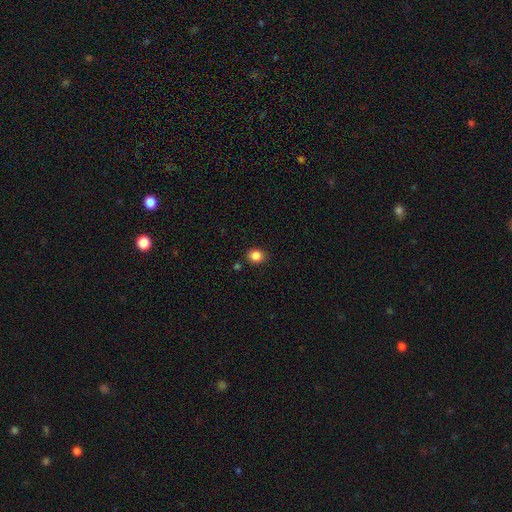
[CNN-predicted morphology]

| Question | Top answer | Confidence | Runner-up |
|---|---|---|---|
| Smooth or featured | smooth | 85% | star or artifact (11%) |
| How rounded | round | 72% | in between (27%) |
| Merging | none | 86% | minor disturbance (8%) |